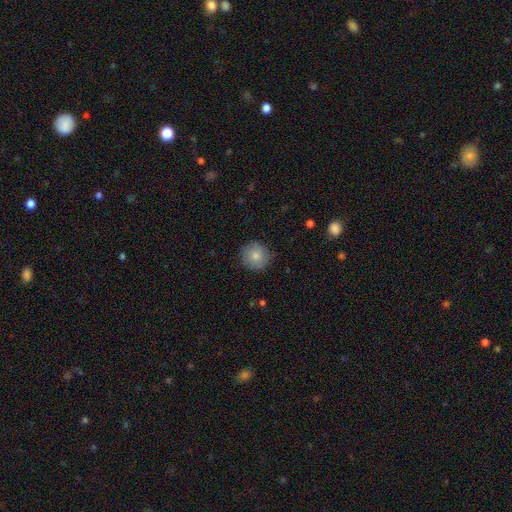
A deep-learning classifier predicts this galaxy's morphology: Q: Smooth or featured?
A: smooth (81%); runner-up: featured or disk (10%)
Q: How rounded?
A: round (92%); runner-up: in between (7%)
Q: Merging?
A: none (87%); runner-up: minor disturbance (10%)